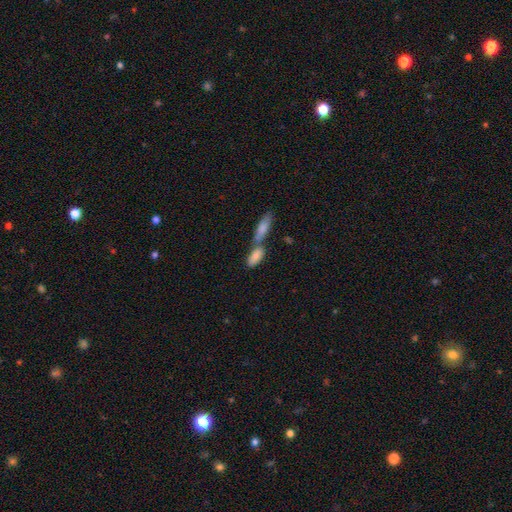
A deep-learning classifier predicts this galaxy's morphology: type=smooth (81%); roundness=in between (73%); merging=merger (57%).